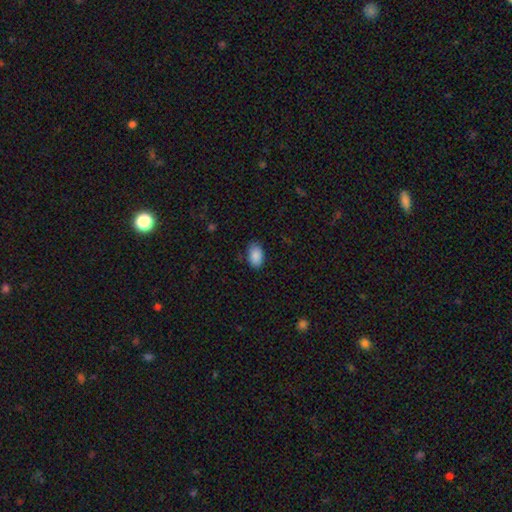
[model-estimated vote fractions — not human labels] Morphology: type=smooth (89%); roundness=in between (91%); merging=none (81%).